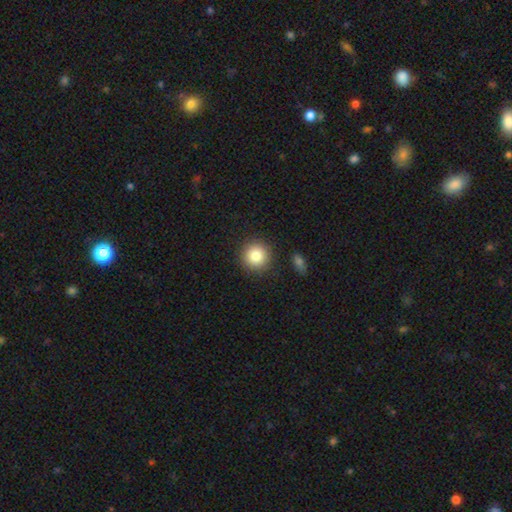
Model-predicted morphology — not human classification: Smooth or featured? Predicted: smooth (p=0.84). How rounded? Predicted: round (p=0.94). Merging? Predicted: none (p=0.89).